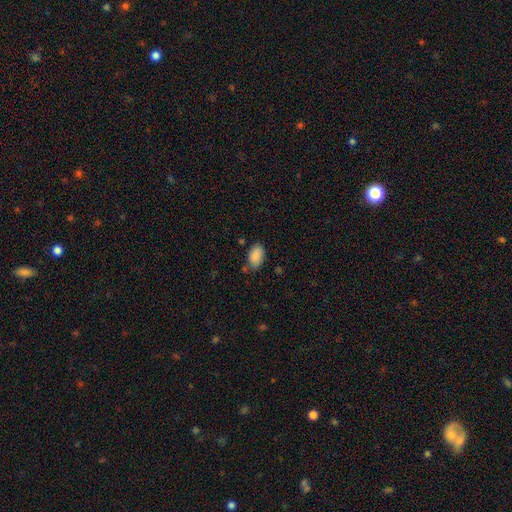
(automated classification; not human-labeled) This is clearly a smooth galaxy (88%). How rounded: clearly in between (92%). Merging: likely none (69%).